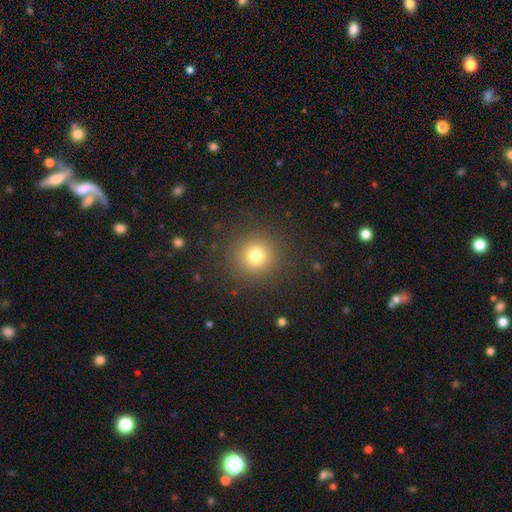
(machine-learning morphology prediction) Smooth or featured? Predicted: smooth (p=0.75). How rounded? Predicted: round (p=0.94). Merging? Predicted: none (p=0.89).